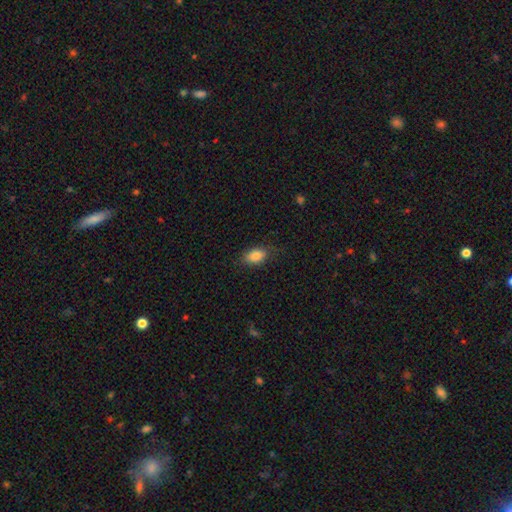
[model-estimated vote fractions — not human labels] Overall: smooth (86%). How rounded: in between (88%). Merging: none (77%).